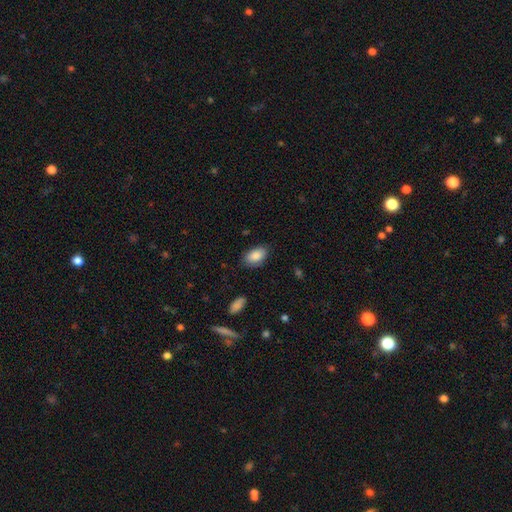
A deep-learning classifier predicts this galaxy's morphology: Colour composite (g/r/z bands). It shows a smooth galaxy with no disk features (87%) that is in between round and cigar-shaped (91%). Merging: none (81%).